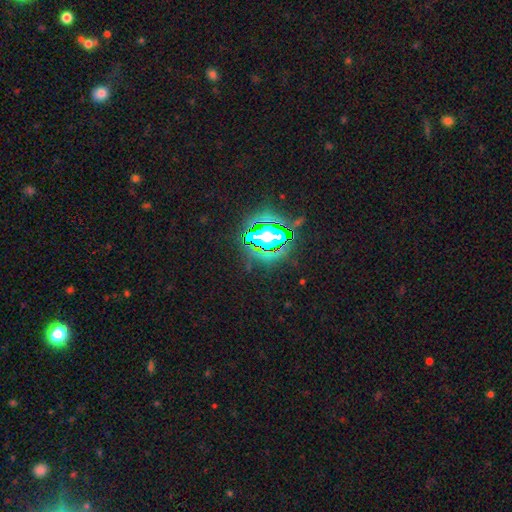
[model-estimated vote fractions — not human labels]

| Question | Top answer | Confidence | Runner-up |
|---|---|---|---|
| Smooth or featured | star or artifact | 82% | smooth (11%) |